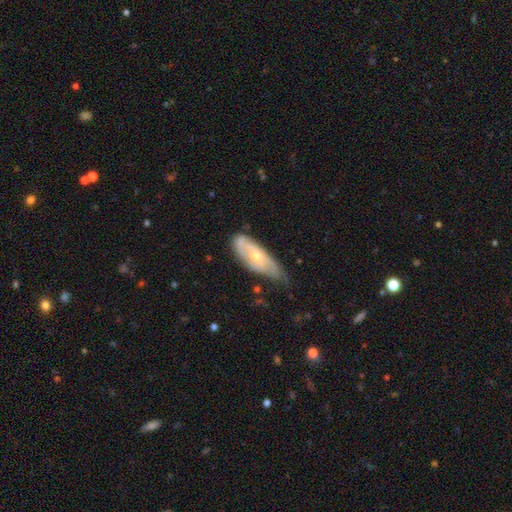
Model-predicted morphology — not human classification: Smooth or featured? Predicted: featured or disk (p=0.60). Edge-on disk? Predicted: no (p=0.83). Merging? Predicted: none (p=0.43).